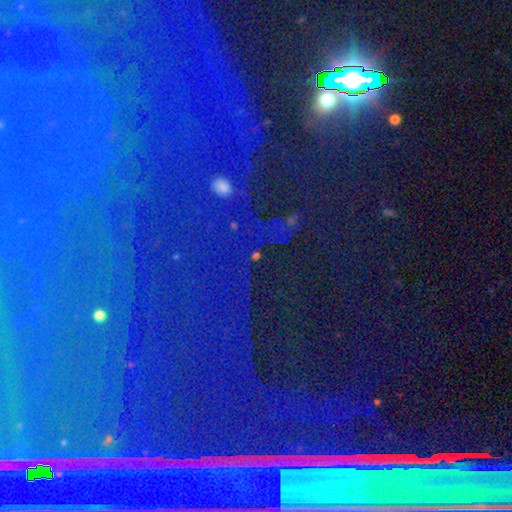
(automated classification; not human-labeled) This appears to be a star or artifact, not a galaxy (72%).